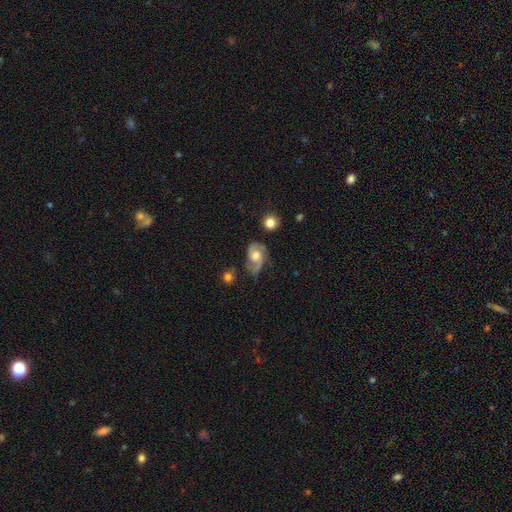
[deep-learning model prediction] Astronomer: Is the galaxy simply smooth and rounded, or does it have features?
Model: featured or disk — 69%.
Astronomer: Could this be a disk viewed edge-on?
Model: no — 97%.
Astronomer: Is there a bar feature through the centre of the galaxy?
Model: no — 68%.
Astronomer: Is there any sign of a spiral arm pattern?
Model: yes — 89%.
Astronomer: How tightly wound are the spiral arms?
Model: medium — 45% (runner-up: loose, 33%).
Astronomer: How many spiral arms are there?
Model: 2 — 74%.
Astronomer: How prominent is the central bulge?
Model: moderate — 58%.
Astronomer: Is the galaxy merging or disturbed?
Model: none — 45% (runner-up: minor disturbance, 28%).